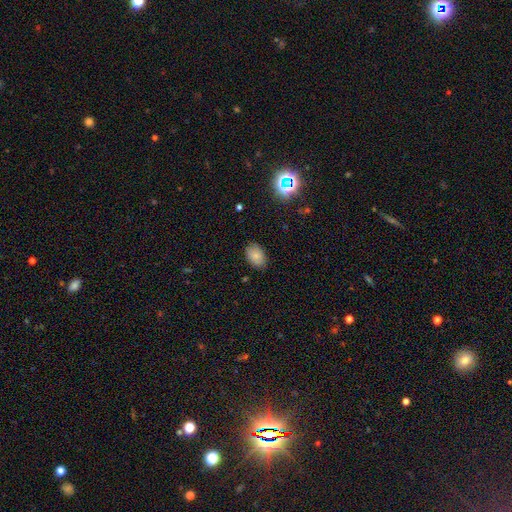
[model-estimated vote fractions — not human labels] Smooth or featured? smooth (80%)
How rounded? in between (88%)
Merging? none (83%)